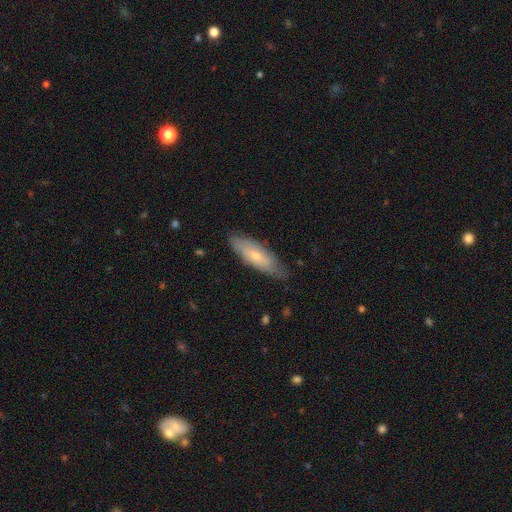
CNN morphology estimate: The model was most divided on "how rounded": in between: 56%, cigar-shaped: 43%, round: 2%. More confident: merging — none (74%); smooth or featured — smooth (61%).